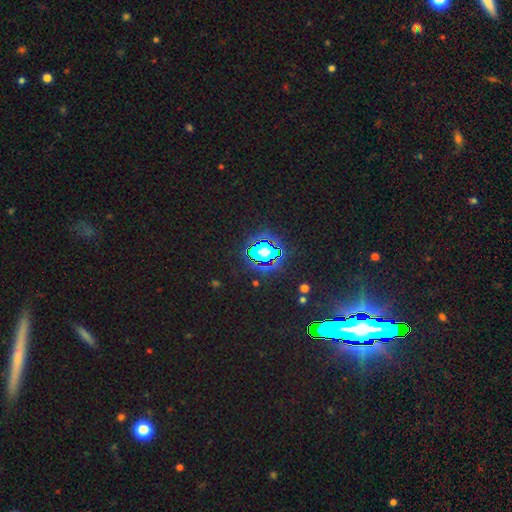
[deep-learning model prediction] Smooth or featured: star or artifact — 79% (smooth — 12%)